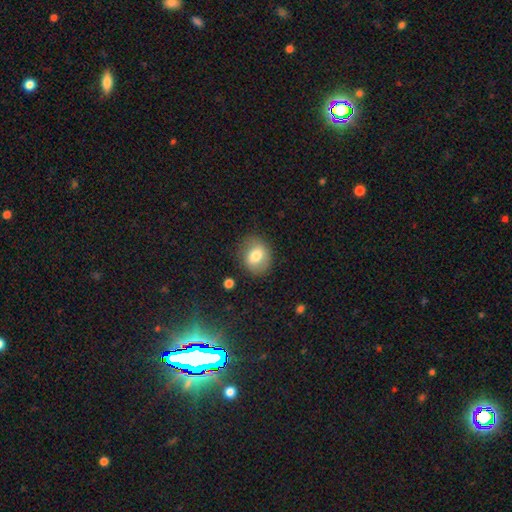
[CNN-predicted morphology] This is likely a smooth galaxy (72%). How rounded: possibly round (57%). Merging: likely none (78%).